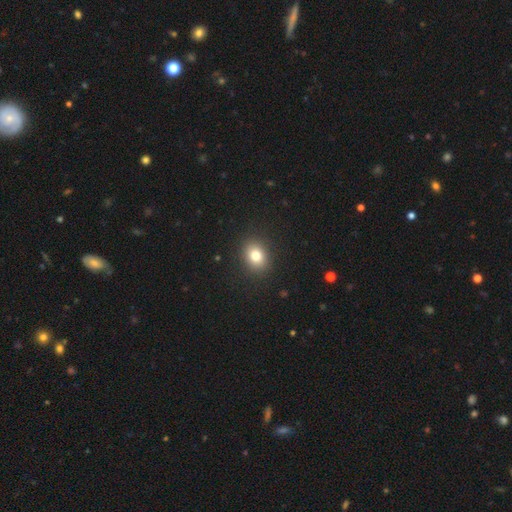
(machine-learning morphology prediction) smooth-or-featured: smooth: 80% | star or artifact: 11% | featured or disk: 9%
  how-rounded: in between: 53% | round: 46% | cigar-shaped: 1%
  merging: none: 89% | minor disturbance: 7% | major disturbance: 3% | merger: 1%